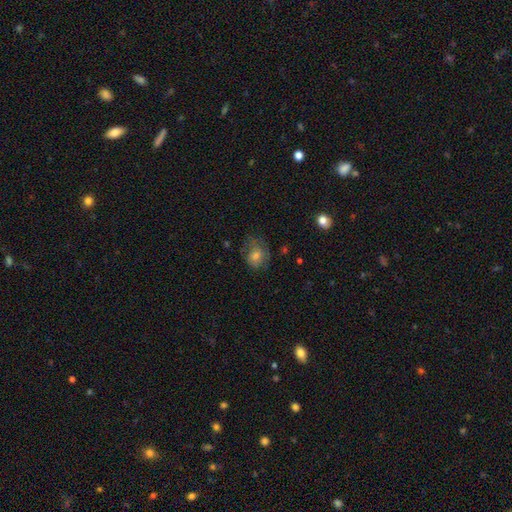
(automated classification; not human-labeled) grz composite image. It shows a smooth galaxy with no disk features (56%) that is round (61%). Merging: none (59%).